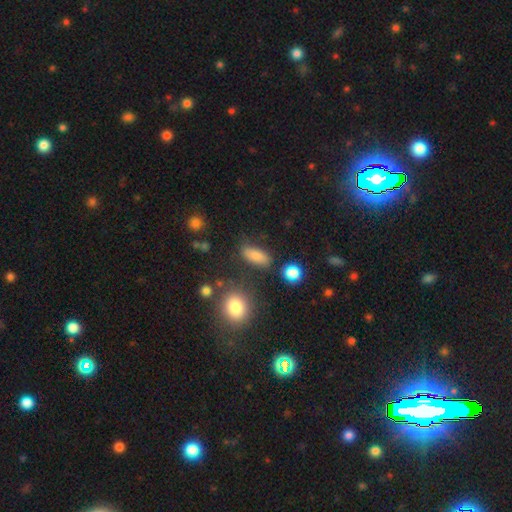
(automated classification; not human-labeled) Q: Smooth or featured?
A: smooth (77%); runner-up: star or artifact (14%)
Q: How rounded?
A: in between (71%); runner-up: cigar-shaped (20%)
Q: Merging?
A: none (73%); runner-up: minor disturbance (16%)